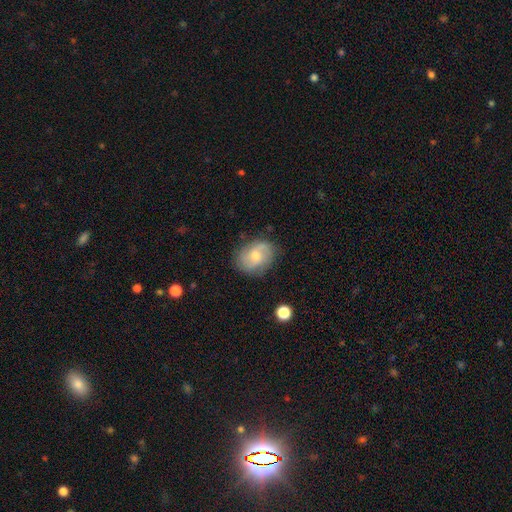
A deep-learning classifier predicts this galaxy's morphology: Smooth or featured: featured or disk — 53% (smooth — 40%)
Edge-on disk: no — 97% (yes — 3%)
Bar: no — 61% (weak — 34%)
Spiral arms: yes — 84% (no — 16%)
Bulge size: moderate — 56% (small — 37%)
Merging: none — 75% (minor disturbance — 18%)